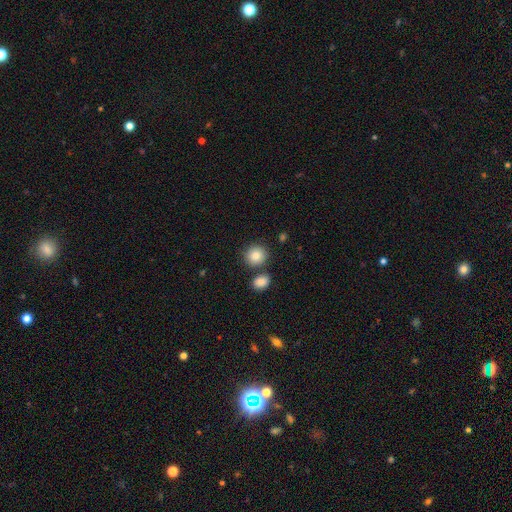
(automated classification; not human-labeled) Q: Smooth or featured?
A: smooth (85%); runner-up: star or artifact (8%)
Q: How rounded?
A: round (85%); runner-up: in between (14%)
Q: Merging?
A: none (76%); runner-up: merger (13%)